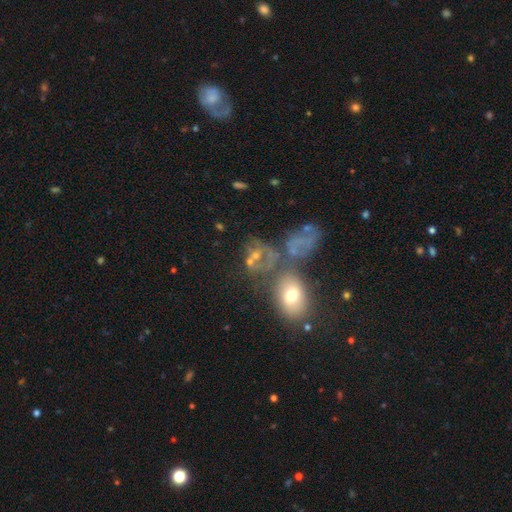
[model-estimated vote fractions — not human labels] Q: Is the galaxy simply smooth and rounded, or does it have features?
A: featured or disk — 39%.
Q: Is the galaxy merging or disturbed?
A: none — 39%.